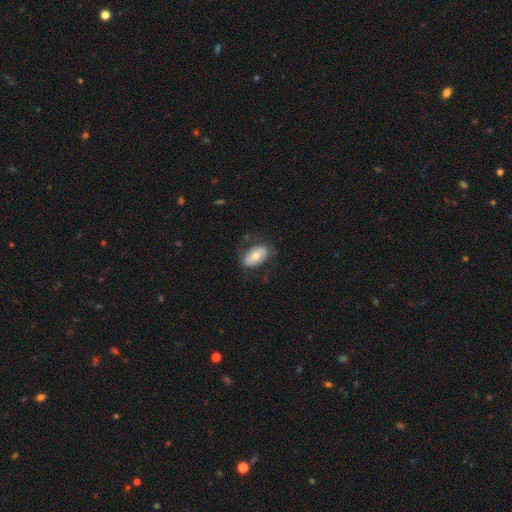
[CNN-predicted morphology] A smooth galaxy with no disk features (62%) that is in between round and cigar-shaped (91%). Merging: none (70%).